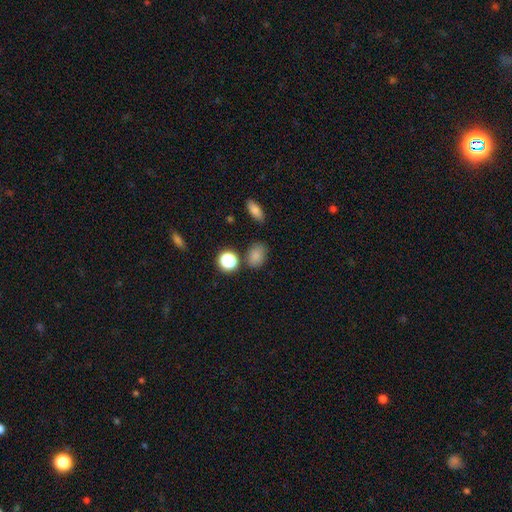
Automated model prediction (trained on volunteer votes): smooth_or_featured: smooth (p=0.81) [alt: star or artifact p=0.14]
how_rounded: in between (p=0.62) [alt: round p=0.36]
merging: none (p=0.73) [alt: minor disturbance p=0.16]